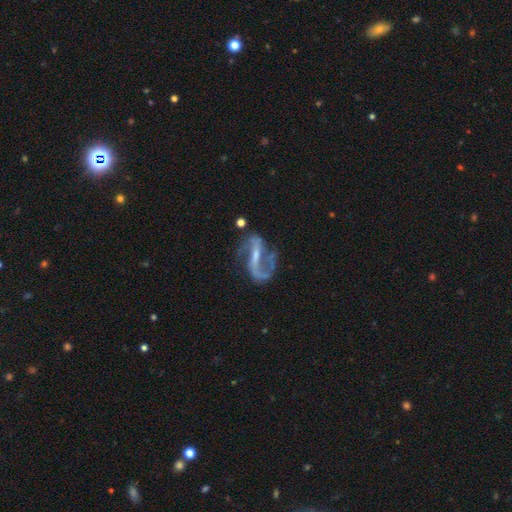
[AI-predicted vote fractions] A featured or disk galaxy (88%) with a strong bar (48%), 2 (82%) loose (55%) spiral arms (94%) and a small central bulge (57%).

Vote fractions:
- Smooth or featured? featured or disk: 88% / star or artifact: 7% / smooth: 6%
- Edge-on disk? no: 96% / yes: 4%
- Bar? strong: 48% / weak: 36% / no: 16%
- Spiral arms? yes: 94% / no: 6%
- Spiral winding? loose: 55% / medium: 36% / tight: 10%
- Spiral arm count? 2: 82% / 1: 11% / can't tell: 3% / 3: 1% / 4: 1% / more than 4: 1%
- Bulge size? small: 57% / moderate: 23% / none: 17% / large: 2% / dominant: 1%
- Merging? none: 55% / major disturbance: 21% / minor disturbance: 19% / merger: 5%